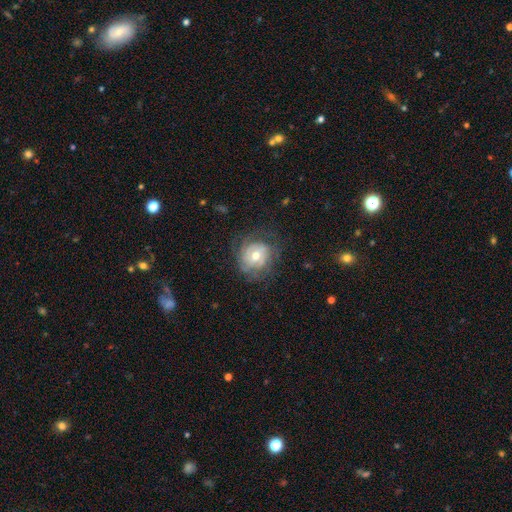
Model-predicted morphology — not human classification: smooth_or_featured: featured or disk (p=0.69) [alt: smooth p=0.23]
disk_edge_on: no (p=0.97) [alt: yes p=0.03]
bar: no (p=0.64) [alt: weak p=0.29]
has_spiral_arms: yes (p=0.84) [alt: no p=0.16]
spiral_winding: tight (p=0.63) [alt: medium p=0.27]
spiral_arm_count: can't tell (p=0.48) [alt: 2 p=0.20]
bulge_size: moderate (p=0.68) [alt: small p=0.24]
merging: none (p=0.66) [alt: minor disturbance p=0.19]